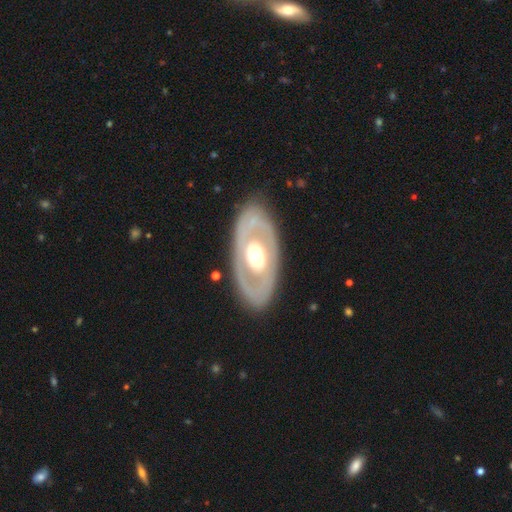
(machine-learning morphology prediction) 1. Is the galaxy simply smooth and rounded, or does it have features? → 67% featured or disk, 29% smooth, 4% star or artifact.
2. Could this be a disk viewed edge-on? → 88% no, 12% yes.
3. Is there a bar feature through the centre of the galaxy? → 85% no, 11% weak, 5% strong.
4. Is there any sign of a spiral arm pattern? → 82% no, 18% yes.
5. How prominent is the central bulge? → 59% moderate, 34% large, 4% small, 2% dominant, 1% none.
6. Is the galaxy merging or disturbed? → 83% none, 11% minor disturbance, 5% major disturbance, 1% merger.